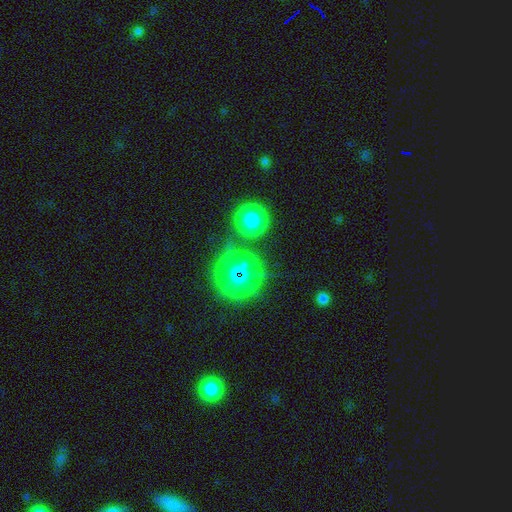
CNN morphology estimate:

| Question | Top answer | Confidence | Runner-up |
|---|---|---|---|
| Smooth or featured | star or artifact | 65% | smooth (28%) |